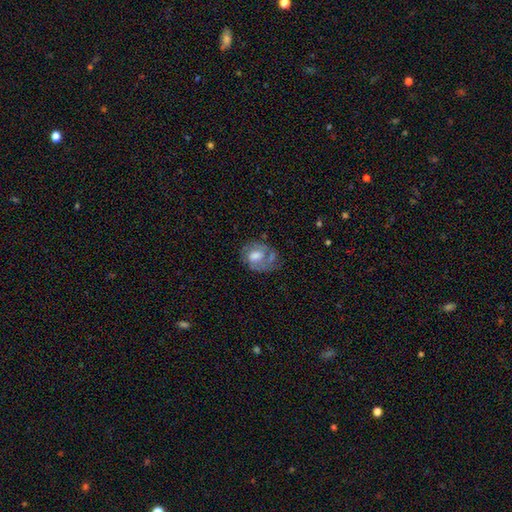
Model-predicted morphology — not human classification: This appears to be a featured or disk galaxy (54%) with no bar (50%), spiral arms (62%) and a moderate central bulge (45%). Merging: none (42%).